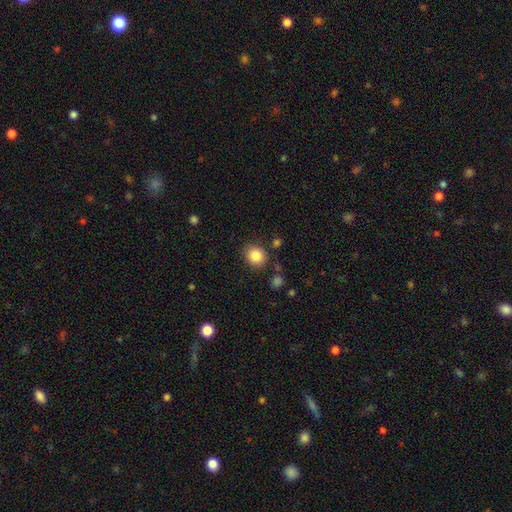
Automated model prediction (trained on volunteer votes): Overall: smooth (86%). How rounded: round (76%). Merging: none (84%).